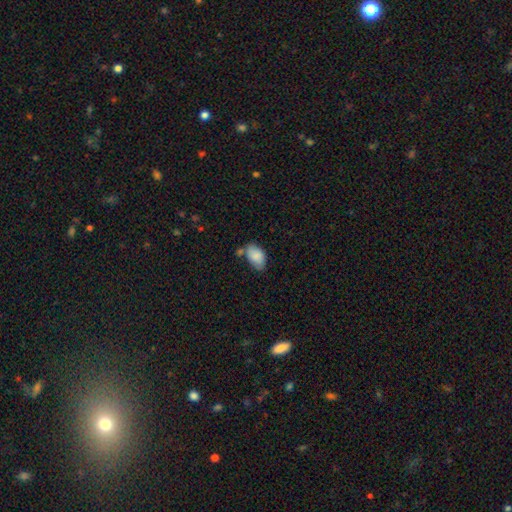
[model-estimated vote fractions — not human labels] smooth 84%, featured or disk 9%, star or artifact 7%. Down the decision tree: how rounded — in between (92%); merging — none (51%).